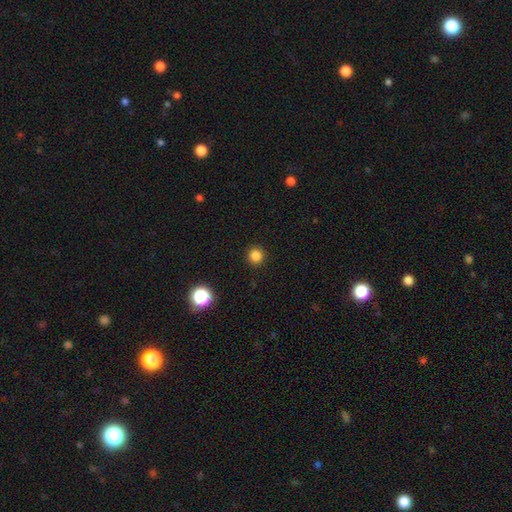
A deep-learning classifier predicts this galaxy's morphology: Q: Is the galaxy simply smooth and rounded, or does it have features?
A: smooth — 83%.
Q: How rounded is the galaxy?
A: round — 95%.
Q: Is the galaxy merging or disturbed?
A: none — 92%.